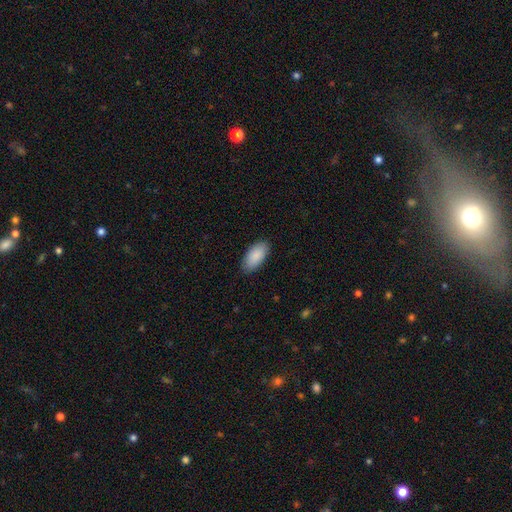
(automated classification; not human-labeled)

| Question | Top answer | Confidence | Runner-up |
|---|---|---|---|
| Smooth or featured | smooth | 90% | star or artifact (6%) |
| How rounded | in between | 93% | cigar-shaped (5%) |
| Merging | none | 87% | minor disturbance (10%) |